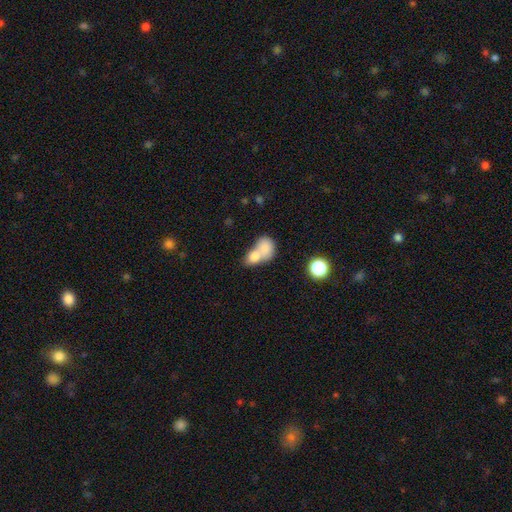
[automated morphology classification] A smooth galaxy with no disk features (77%) that is in between round and cigar-shaped (62%).

Vote fractions:
- Smooth or featured? smooth: 77% / featured or disk: 15% / star or artifact: 8%
- How rounded? in between: 62% / round: 36% / cigar-shaped: 2%
- Merging? merger: 75% / none: 16% / minor disturbance: 5% / major disturbance: 4%